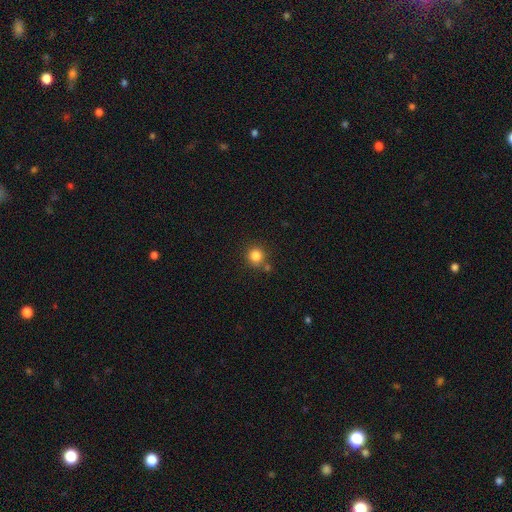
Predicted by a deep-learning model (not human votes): Q: Smooth or featured?
A: smooth (83%); runner-up: star or artifact (12%)
Q: How rounded?
A: round (92%); runner-up: in between (7%)
Q: Merging?
A: none (76%); runner-up: merger (11%)